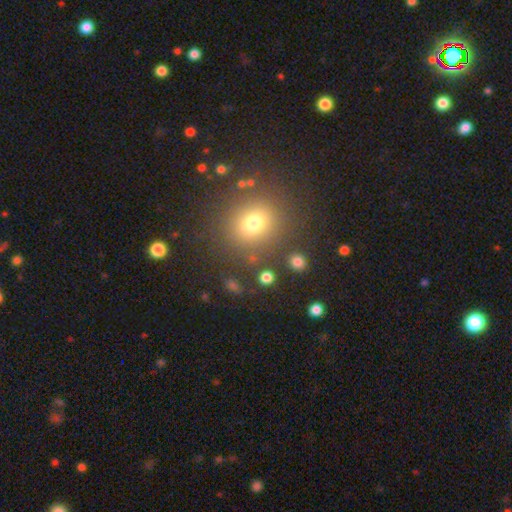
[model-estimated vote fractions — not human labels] The model was most divided on "smooth or featured": smooth: 63%, star or artifact: 28%, featured or disk: 10%. More confident: merging — none (85%); how rounded — round (83%).